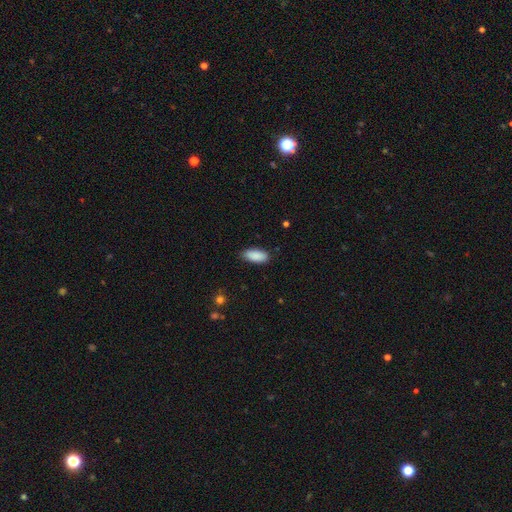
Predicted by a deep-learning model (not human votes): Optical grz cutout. It shows a smooth galaxy with no disk features (90%) that is in between round and cigar-shaped (87%). Merging: none (84%).